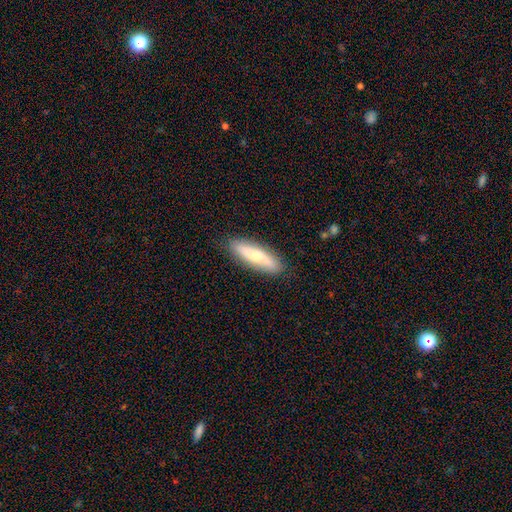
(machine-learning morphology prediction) The model was most divided on "smooth or featured": smooth: 56%, featured or disk: 39%, star or artifact: 6%. More confident: merging — none (86%); how rounded — cigar-shaped (61%).